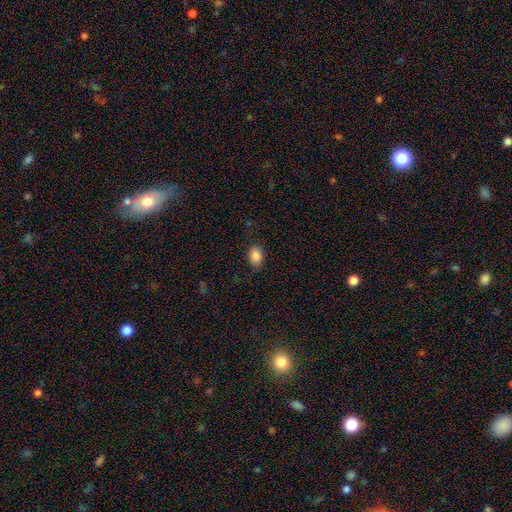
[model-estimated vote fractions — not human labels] smooth-or-featured: smooth: 87% | star or artifact: 9% | featured or disk: 4%
  how-rounded: in between: 81% | round: 18% | cigar-shaped: 1%
  merging: none: 84% | minor disturbance: 12% | major disturbance: 3% | merger: 1%